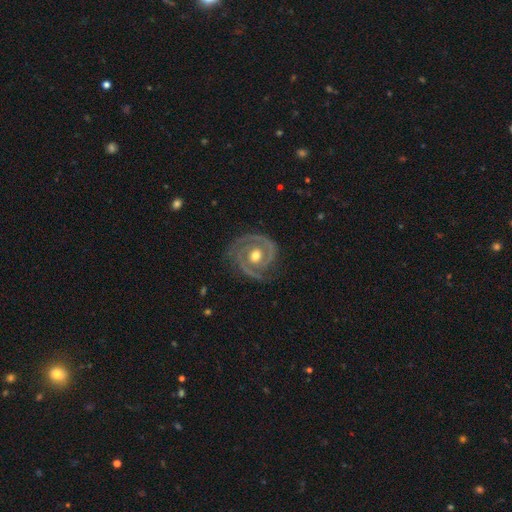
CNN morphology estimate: Overall: featured or disk (89%). Edge-on disk: no (97%). Bar: no (70%). Spiral arms: yes (95%). Spiral arm count: 2 (76%). Spiral winding: tight (69%). Bulge size: moderate (79%). Merging: none (78%).